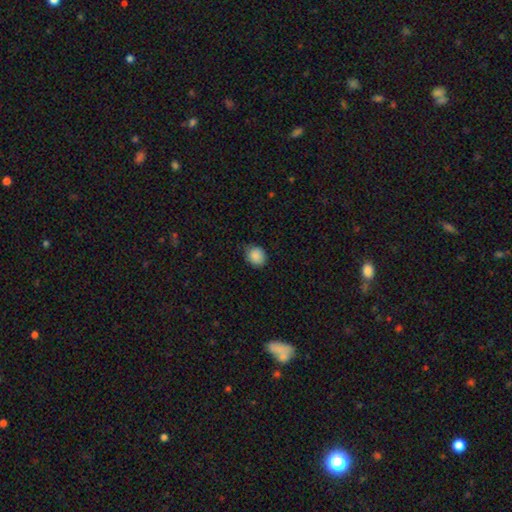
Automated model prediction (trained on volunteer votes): Smooth or featured? smooth (88%)
How rounded? round (59%)
Merging? none (80%)